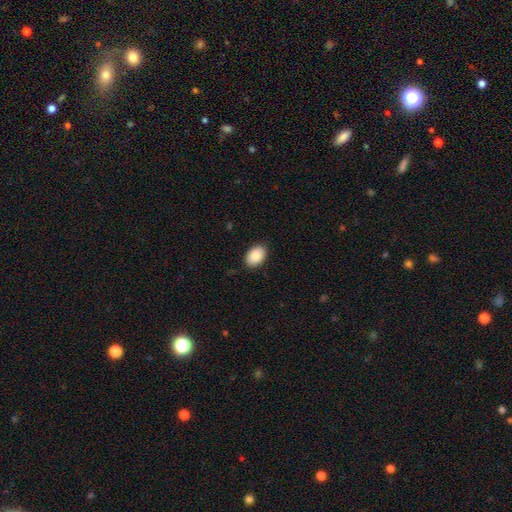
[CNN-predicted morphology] A smooth galaxy with no disk features (86%) that is in between round and cigar-shaped (84%). Merging: none (88%).